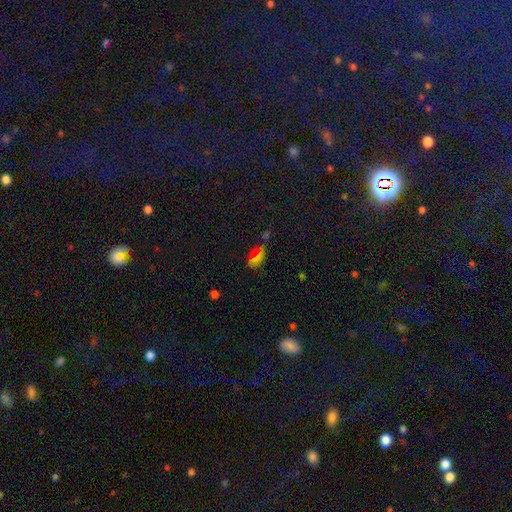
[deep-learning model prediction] Q: Smooth or featured?
A: smooth (58%); runner-up: star or artifact (27%)
Q: How rounded?
A: in between (85%); runner-up: cigar-shaped (8%)
Q: Merging?
A: none (56%); runner-up: minor disturbance (24%)